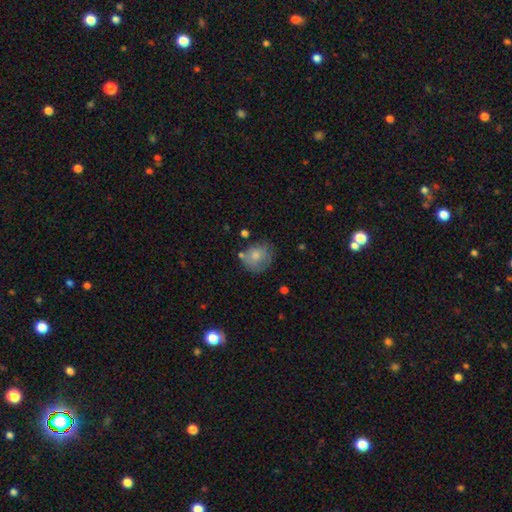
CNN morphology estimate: Smooth or featured: smooth — 74% (featured or disk — 19%)
How rounded: round — 77% (in between — 23%)
Merging: none — 59% (minor disturbance — 26%)